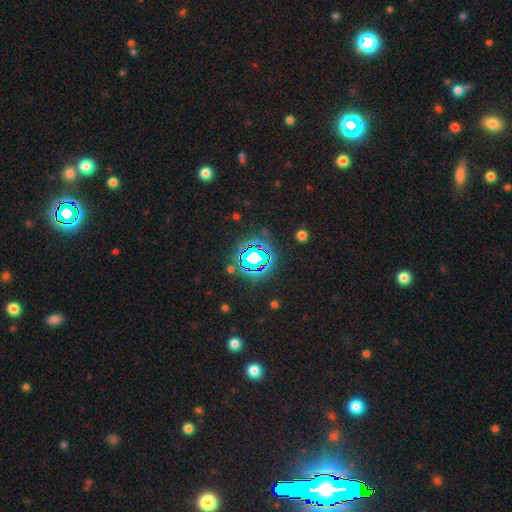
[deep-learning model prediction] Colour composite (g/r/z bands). It shows a star or artifact, not a galaxy (73%).